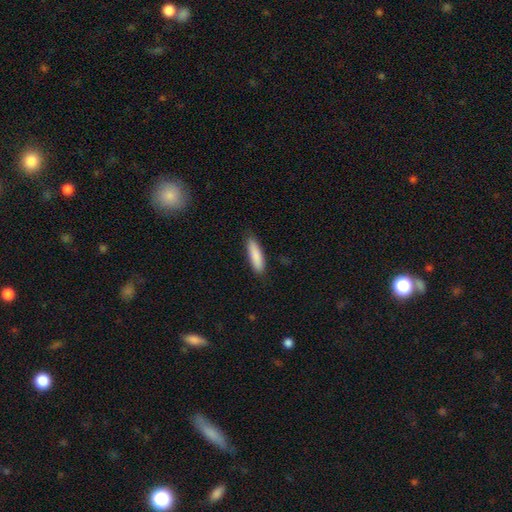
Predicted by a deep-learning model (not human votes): Smooth or featured: smooth — 87% (featured or disk — 8%)
How rounded: cigar-shaped — 66% (in between — 32%)
Merging: none — 86% (minor disturbance — 11%)